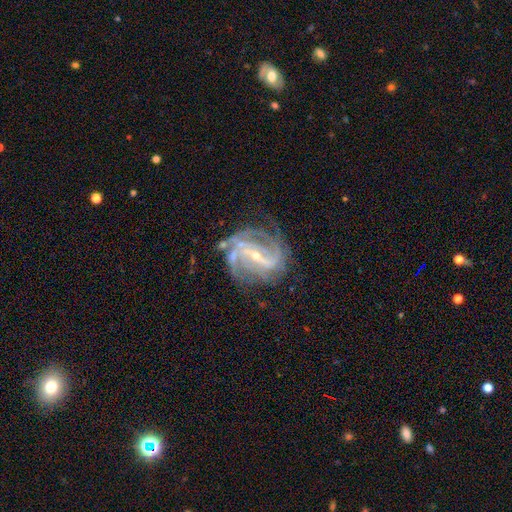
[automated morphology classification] The model was most divided on "spiral winding": medium: 45%, tight: 38%, loose: 17%. Remaining: edge-on disk — no (97%); spiral arms — yes (97%); smooth or featured — featured or disk (90%); bulge size — small (74%); merging — none (62%); bar — strong (62%); spiral arm count — 2 (39%).